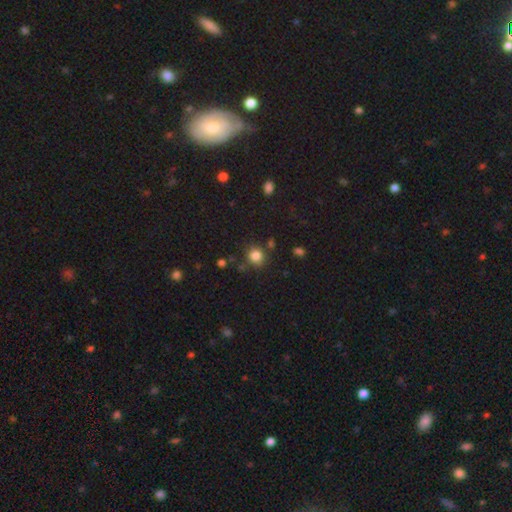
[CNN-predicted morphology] A smooth galaxy with no disk features (83%) that is round (85%).

Vote fractions:
- Smooth or featured? smooth: 83% / star or artifact: 12% / featured or disk: 5%
- How rounded? round: 85% / in between: 14% / cigar-shaped: 1%
- Merging? none: 81% / minor disturbance: 10% / merger: 6% / major disturbance: 3%